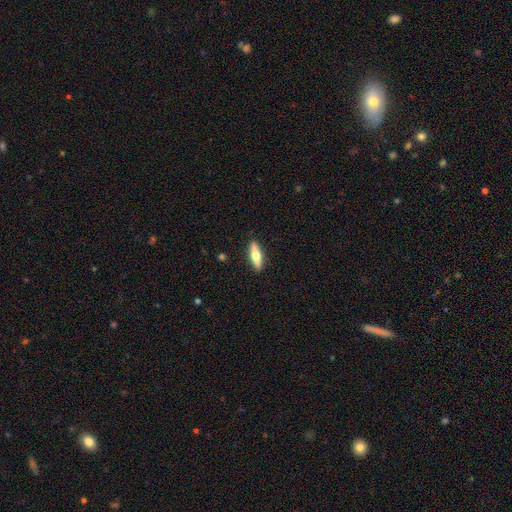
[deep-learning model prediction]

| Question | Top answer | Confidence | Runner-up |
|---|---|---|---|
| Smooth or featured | smooth | 52% | featured or disk (43%) |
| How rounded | cigar-shaped | 57% | in between (40%) |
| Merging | none | 90% | minor disturbance (7%) |